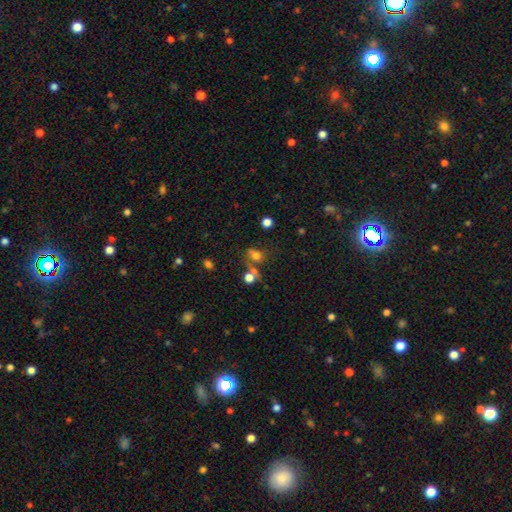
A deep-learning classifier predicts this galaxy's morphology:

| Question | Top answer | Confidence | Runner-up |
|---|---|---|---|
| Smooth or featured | smooth | 64% | star or artifact (20%) |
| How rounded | in between | 55% | round (41%) |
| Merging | none | 42% | merger (26%) |